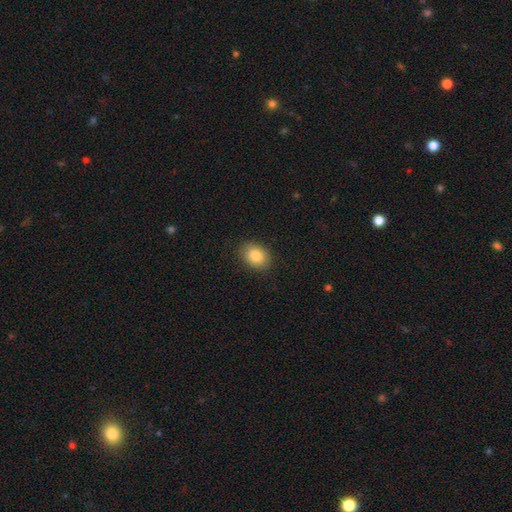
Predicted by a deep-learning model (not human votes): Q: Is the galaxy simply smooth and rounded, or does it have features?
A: smooth — 84%.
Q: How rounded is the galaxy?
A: in between — 65%.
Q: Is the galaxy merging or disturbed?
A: none — 88%.